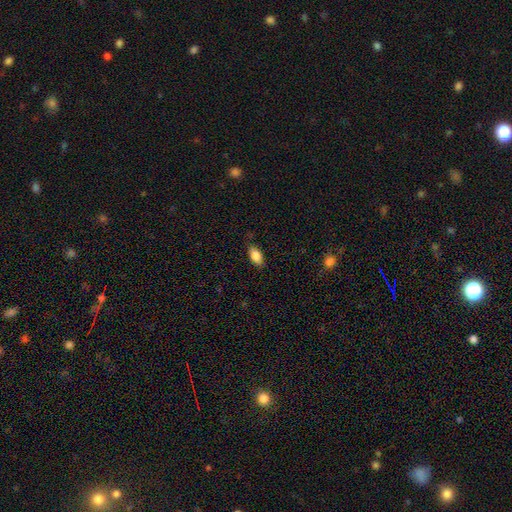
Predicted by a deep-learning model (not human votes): A smooth galaxy with no disk features (86%) that is in between round and cigar-shaped (91%). Merging: none (82%).